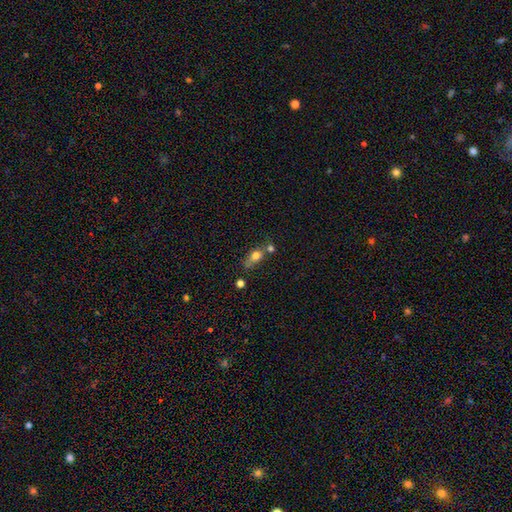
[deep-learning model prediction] Smooth or featured? Predicted: smooth (p=0.73). How rounded? Predicted: in between (p=0.59). Merging? Predicted: none (p=0.40).